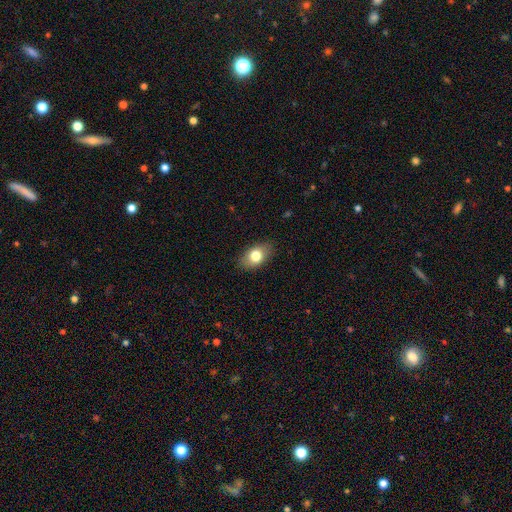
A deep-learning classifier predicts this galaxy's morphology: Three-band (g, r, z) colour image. It shows a smooth galaxy with no disk features (78%) that is in between round and cigar-shaped (87%). Merging: none (85%).